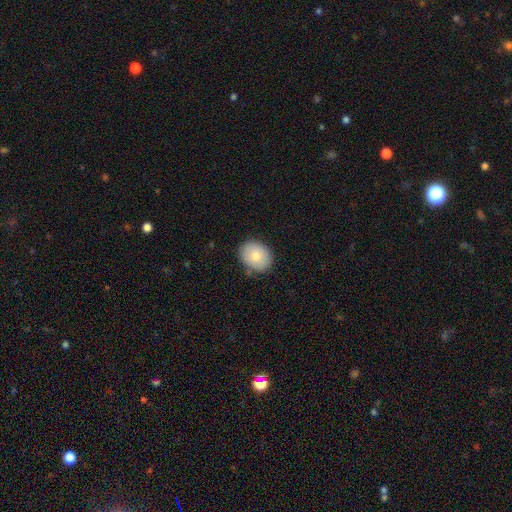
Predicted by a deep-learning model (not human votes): Smooth or featured? Predicted: smooth (p=0.78). How rounded? Predicted: round (p=0.52). Merging? Predicted: none (p=0.83).